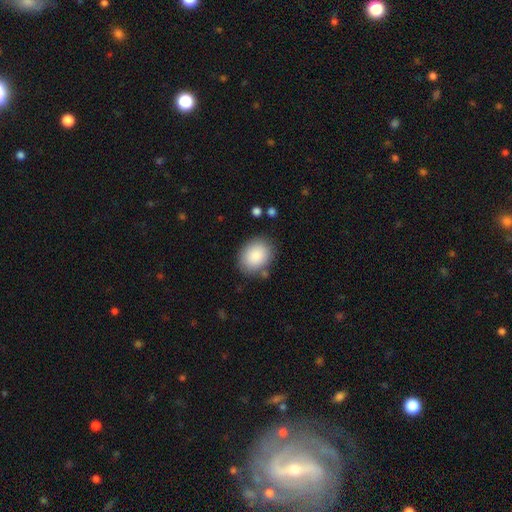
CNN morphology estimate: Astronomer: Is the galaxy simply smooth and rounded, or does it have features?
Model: smooth — 87%.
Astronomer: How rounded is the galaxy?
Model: in between — 56% (runner-up: round, 43%).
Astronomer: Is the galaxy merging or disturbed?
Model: none — 80%.